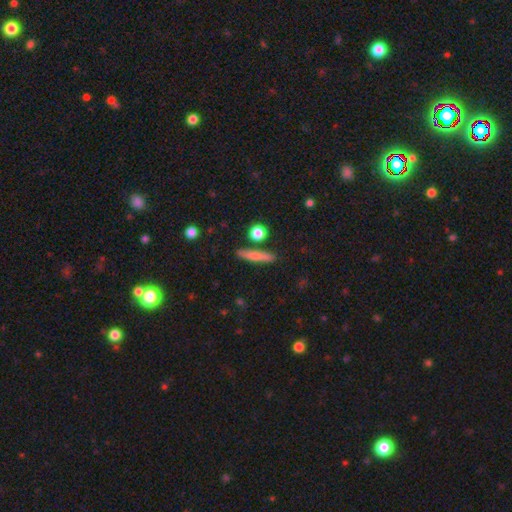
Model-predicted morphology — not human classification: The model was most divided on "smooth or featured": smooth: 71%, featured or disk: 21%, star or artifact: 7%. More confident: how rounded — cigar-shaped (85%); merging — none (84%).